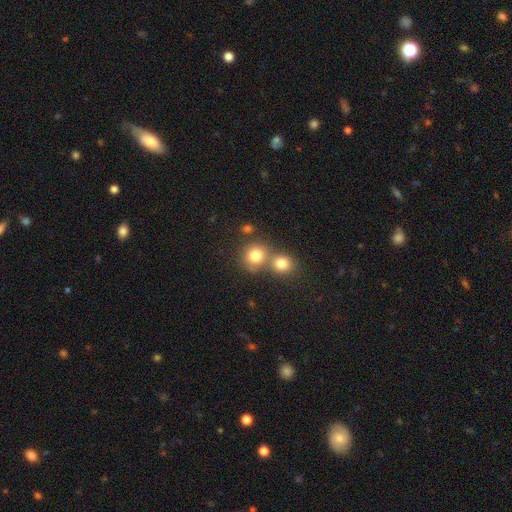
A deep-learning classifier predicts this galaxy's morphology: smooth_or_featured: smooth (p=0.80) [alt: star or artifact p=0.12]
how_rounded: round (p=0.86) [alt: in between p=0.13]
merging: none (p=0.48) [alt: merger p=0.42]